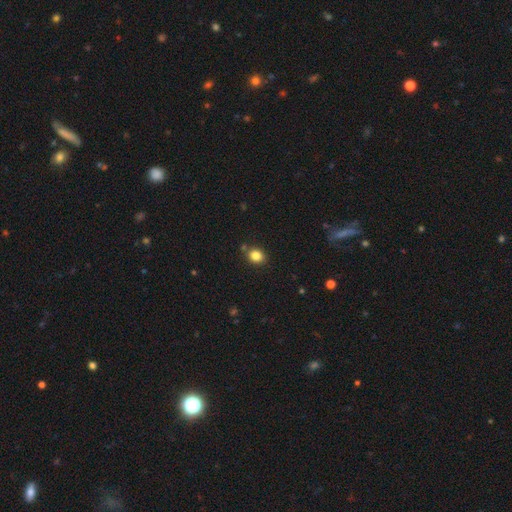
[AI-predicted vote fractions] Morphology: type=smooth (83%); roundness=round (62%); merging=none (81%).